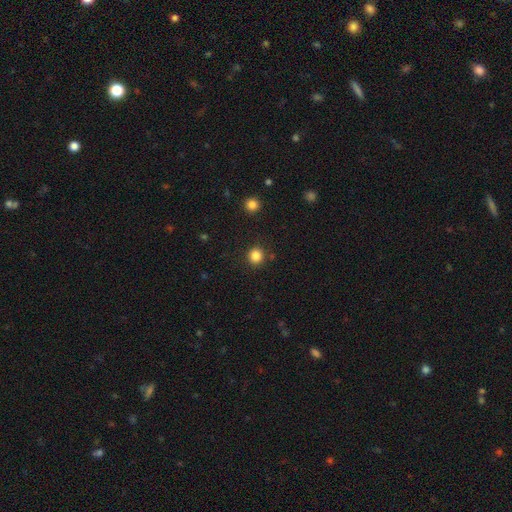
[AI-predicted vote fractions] Morphology: type=smooth (84%); roundness=round (91%); merging=none (89%).